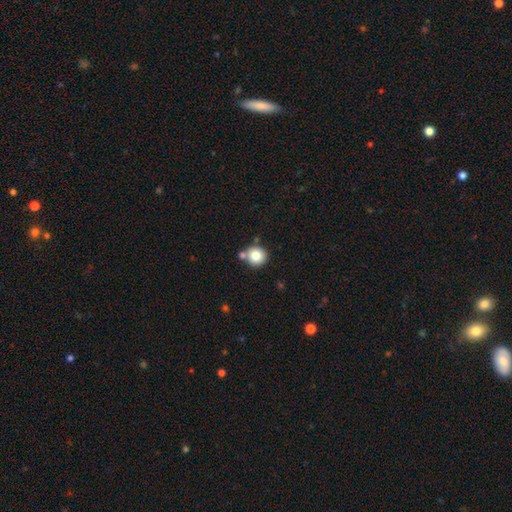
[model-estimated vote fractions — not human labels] The model was most divided on "merging": none: 70%, merger: 18%, minor disturbance: 9%, major disturbance: 3%. More confident: how rounded — round (93%); smooth or featured — smooth (80%).